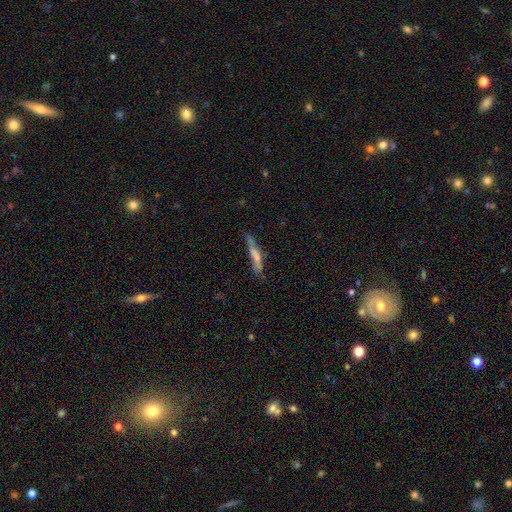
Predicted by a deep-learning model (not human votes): Smooth or featured? smooth (61%)
How rounded? cigar-shaped (87%)
Merging? none (52%)